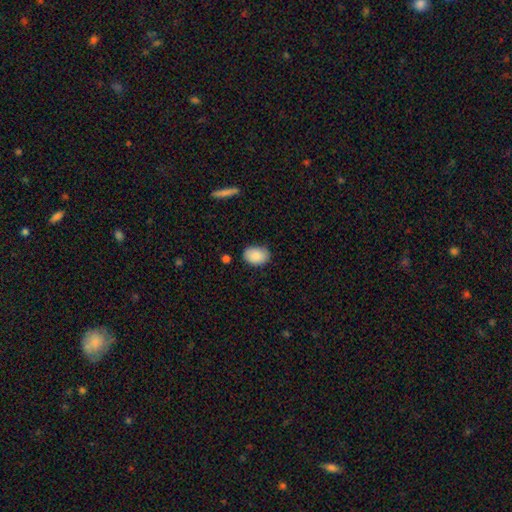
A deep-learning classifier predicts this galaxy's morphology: A smooth galaxy with no disk features (88%) that is in between round and cigar-shaped (77%). Merging: none (79%).